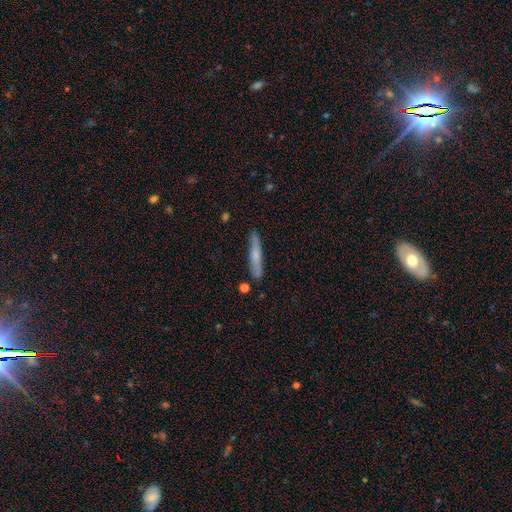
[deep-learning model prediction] smooth_or_featured: smooth (p=0.59) [alt: featured or disk p=0.35]
how_rounded: cigar-shaped (p=0.93) [alt: in between p=0.05]
merging: none (p=0.85) [alt: minor disturbance p=0.11]